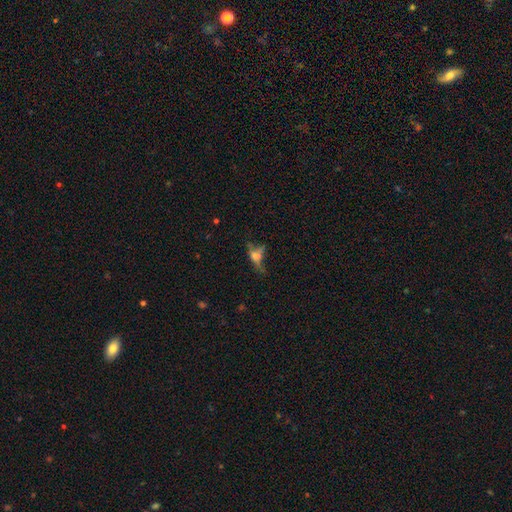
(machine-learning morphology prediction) smooth_or_featured: featured or disk (p=0.41) [alt: smooth p=0.40]
merging: none (p=0.38) [alt: major disturbance p=0.32]